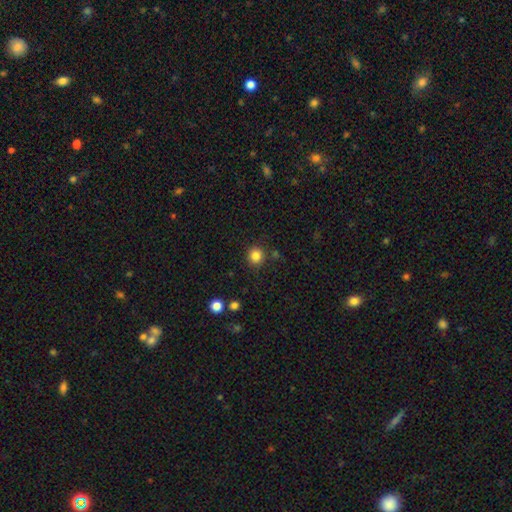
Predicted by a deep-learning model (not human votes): Overall: smooth (84%). How rounded: round (92%). Merging: none (86%).